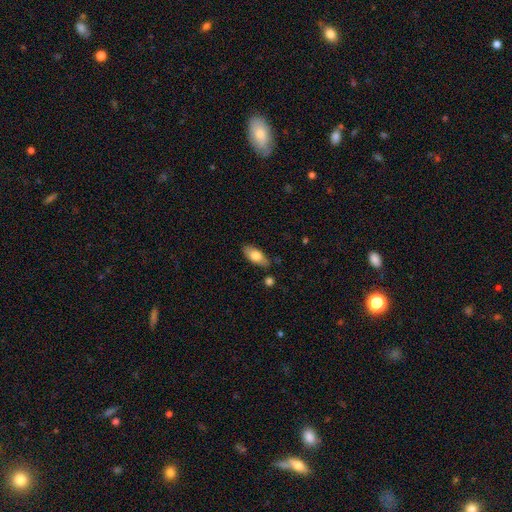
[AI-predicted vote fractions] Morphology: type=smooth (74%); roundness=in between (87%); merging=none (78%).